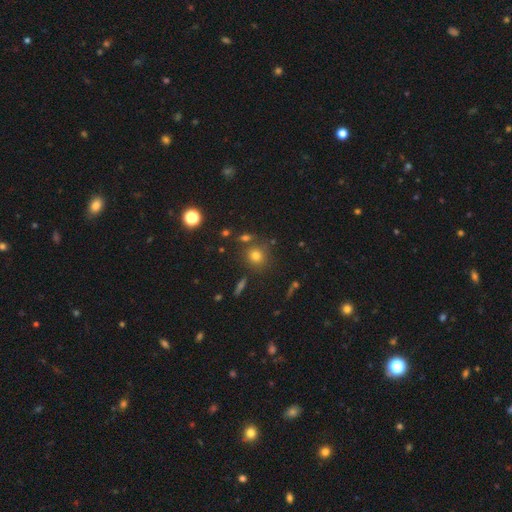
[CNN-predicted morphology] The model was most divided on "smooth or featured": smooth: 73%, star or artifact: 18%, featured or disk: 9%. More confident: how rounded — round (86%); merging — none (76%).